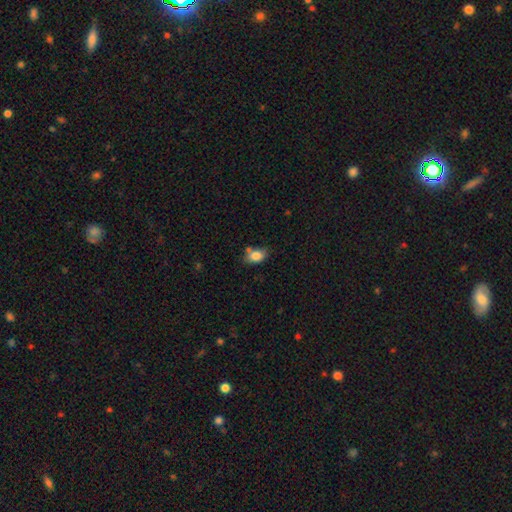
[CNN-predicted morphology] smooth_or_featured: smooth (p=0.82) [alt: featured or disk p=0.09]
how_rounded: in between (p=0.77) [alt: round p=0.21]
merging: none (p=0.60) [alt: minor disturbance p=0.24]